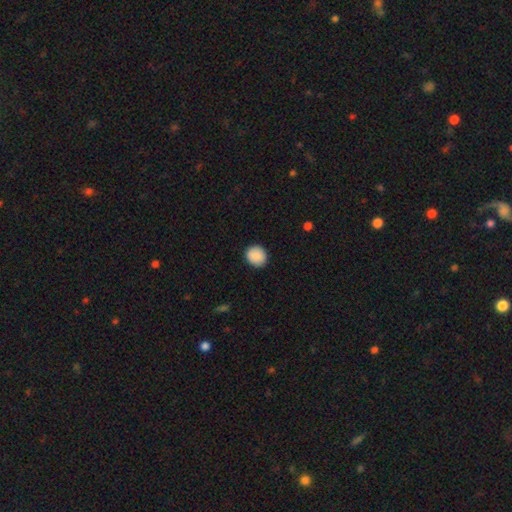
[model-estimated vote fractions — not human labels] Morphology: type=smooth (90%); roundness=round (77%); merging=none (89%).